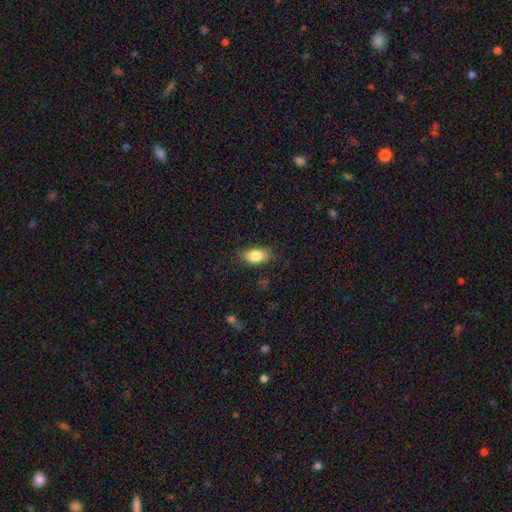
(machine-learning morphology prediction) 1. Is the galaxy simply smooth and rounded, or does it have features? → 84% smooth, 8% featured or disk, 8% star or artifact.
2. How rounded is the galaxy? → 90% in between, 7% round, 3% cigar-shaped.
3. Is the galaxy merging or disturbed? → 85% none, 11% minor disturbance, 3% major disturbance, 1% merger.